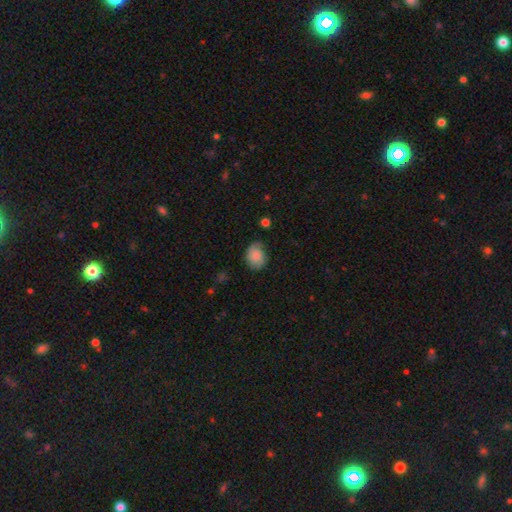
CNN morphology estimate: Smooth or featured?
  - smooth: 78% *
  - featured or disk: 15%
  - star or artifact: 7%
How rounded?
  - in between: 53% *
  - round: 46%
  - cigar-shaped: 1%
Merging?
  - none: 55% *
  - minor disturbance: 33%
  - major disturbance: 10%
  - merger: 2%